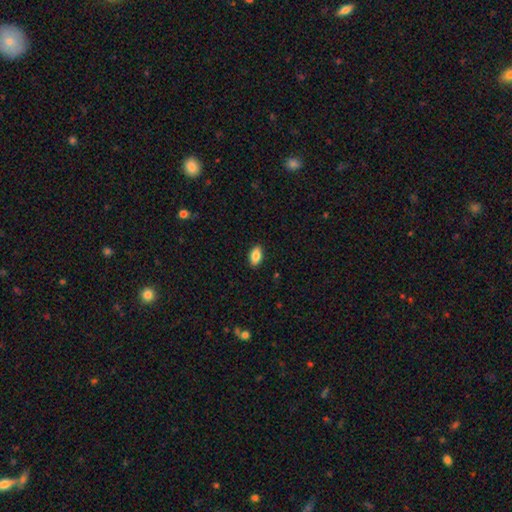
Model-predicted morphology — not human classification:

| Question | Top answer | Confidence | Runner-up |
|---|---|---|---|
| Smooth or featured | smooth | 85% | featured or disk (7%) |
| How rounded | in between | 92% | round (4%) |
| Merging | none | 89% | minor disturbance (8%) |